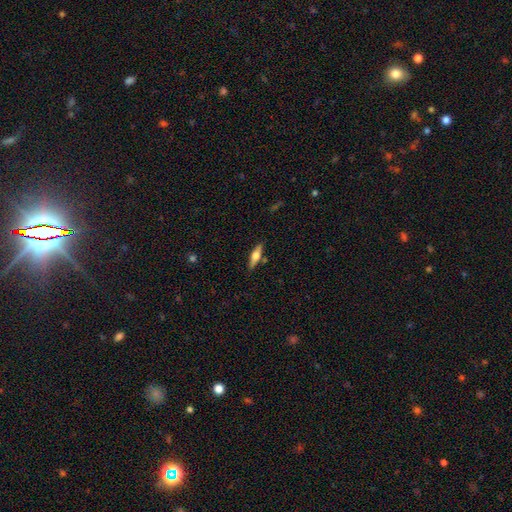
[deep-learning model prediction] The model was most divided on "smooth or featured": featured or disk: 53%, smooth: 40%, star or artifact: 6%. More confident: edge-on disk — yes (94%); edge-on bulge — rounded (91%); merging — none (84%).